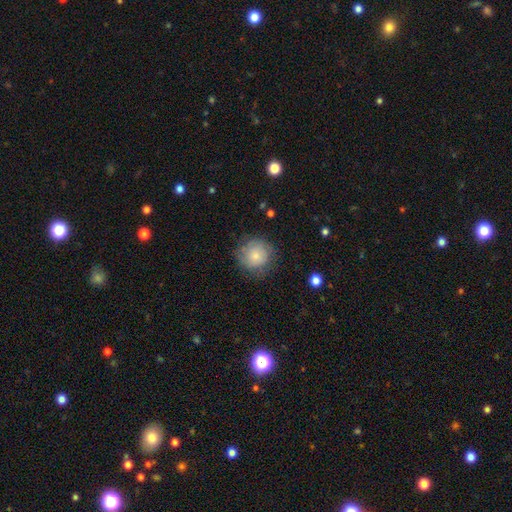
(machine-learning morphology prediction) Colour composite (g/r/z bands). It shows a smooth galaxy with no disk features (76%) that is round (92%). Merging: none (72%).